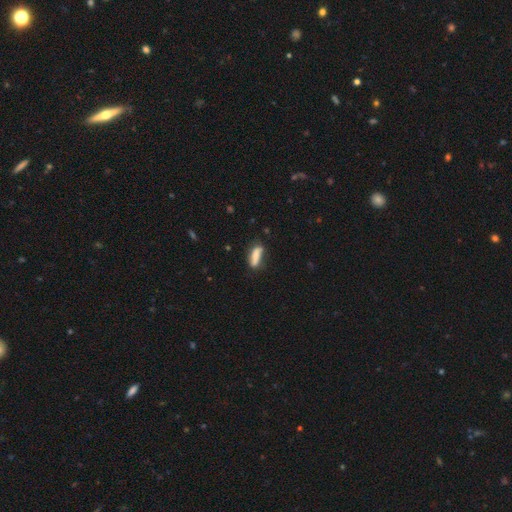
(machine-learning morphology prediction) smooth_or_featured: smooth (p=0.69) [alt: featured or disk p=0.23]
how_rounded: in between (p=0.50) [alt: cigar-shaped p=0.48]
merging: none (p=0.61) [alt: minor disturbance p=0.25]